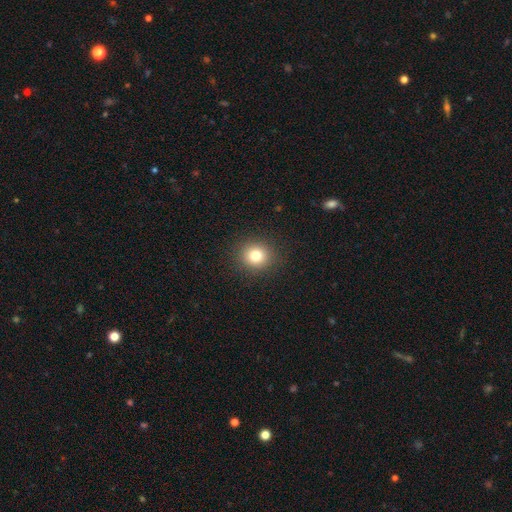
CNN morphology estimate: A smooth galaxy with no disk features (79%) that is round (87%). Merging: none (91%).